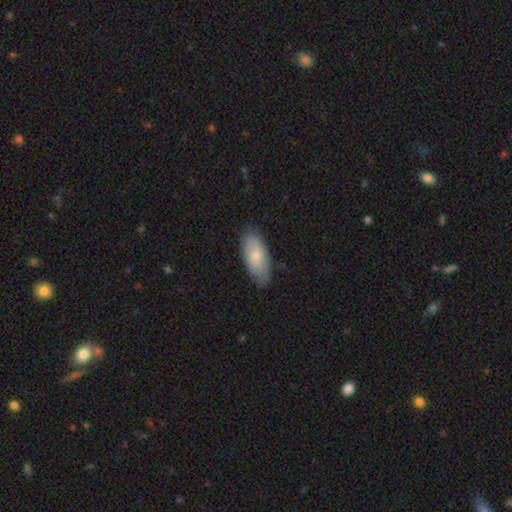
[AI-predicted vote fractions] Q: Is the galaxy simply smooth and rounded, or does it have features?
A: smooth — 71%.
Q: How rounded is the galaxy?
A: in between — 87%.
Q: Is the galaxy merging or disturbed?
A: none — 78%.